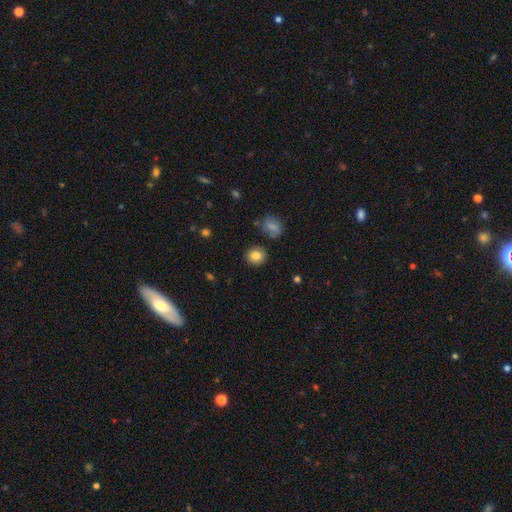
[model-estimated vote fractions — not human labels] A smooth galaxy with no disk features (84%) that is round (84%). Merging: none (87%).